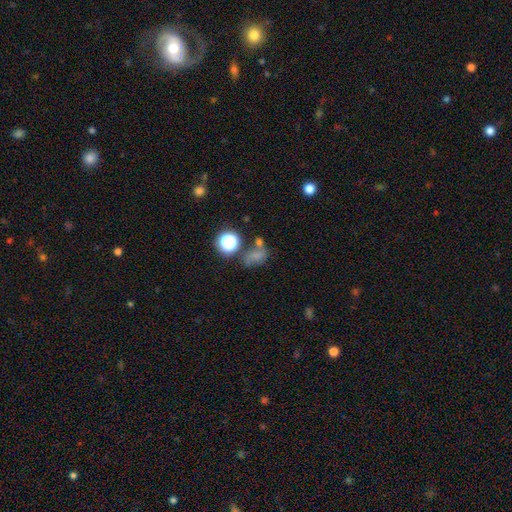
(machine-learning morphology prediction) Smooth or featured? Predicted: smooth (p=0.55). How rounded? Predicted: in between (p=0.57). Merging? Predicted: none (p=0.40).